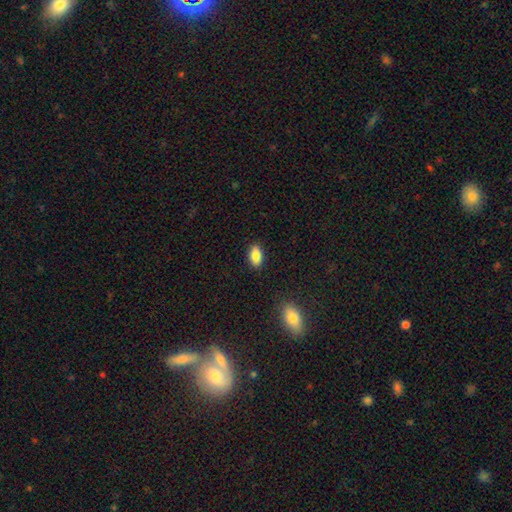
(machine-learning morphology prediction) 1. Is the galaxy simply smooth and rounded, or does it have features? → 83% smooth, 9% featured or disk, 8% star or artifact.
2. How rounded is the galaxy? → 90% in between, 5% round, 5% cigar-shaped.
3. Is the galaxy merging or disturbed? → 88% none, 9% minor disturbance, 2% major disturbance, 1% merger.